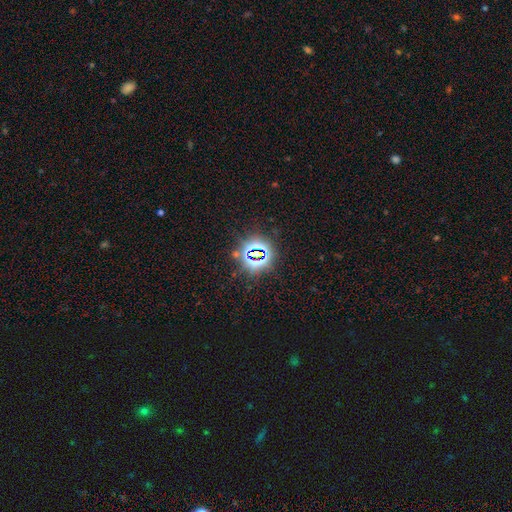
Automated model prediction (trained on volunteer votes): A star or artifact, not a galaxy (75%).

Vote fractions:
- Smooth or featured? star or artifact: 75% / smooth: 17% / featured or disk: 8%